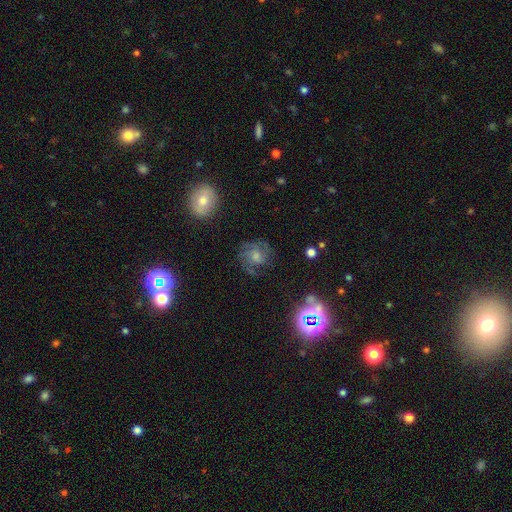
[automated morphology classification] This appears to be a featured or disk galaxy (58%) with no bar (72%), spiral arms (85%) and a moderate central bulge (45%). Merging: none (68%).